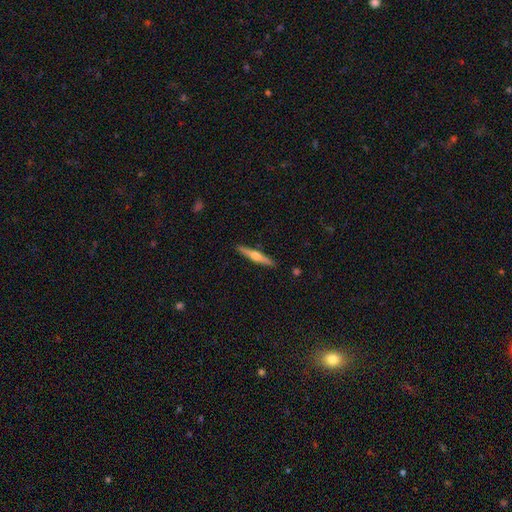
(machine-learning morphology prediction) smooth_or_featured: featured or disk (p=0.58) [alt: smooth p=0.36]
disk_edge_on: yes (p=0.97) [alt: no p=0.03]
edge_on_bulge: rounded (p=0.90) [alt: none p=0.06]
merging: none (p=0.91) [alt: minor disturbance p=0.07]